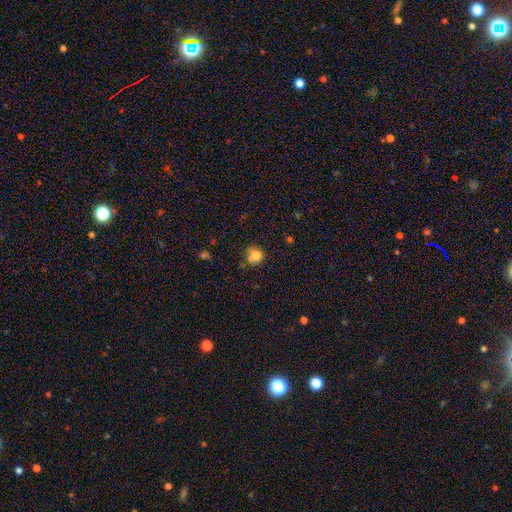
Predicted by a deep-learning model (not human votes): smooth 76%, star or artifact 13%, featured or disk 11%. Down the decision tree: how rounded — round (81%); merging — none (56%).